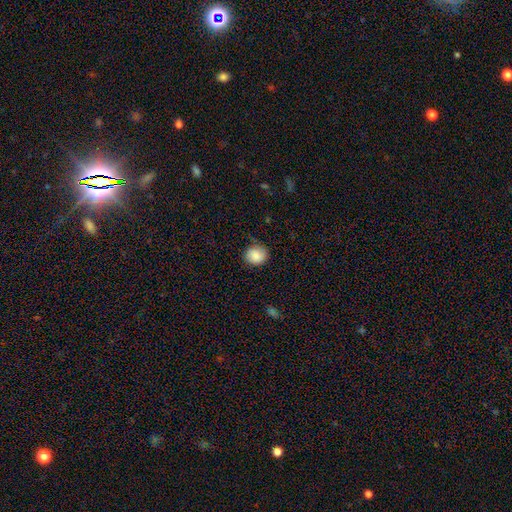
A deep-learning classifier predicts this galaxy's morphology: Smooth or featured? smooth (86%)
How rounded? round (71%)
Merging? none (75%)